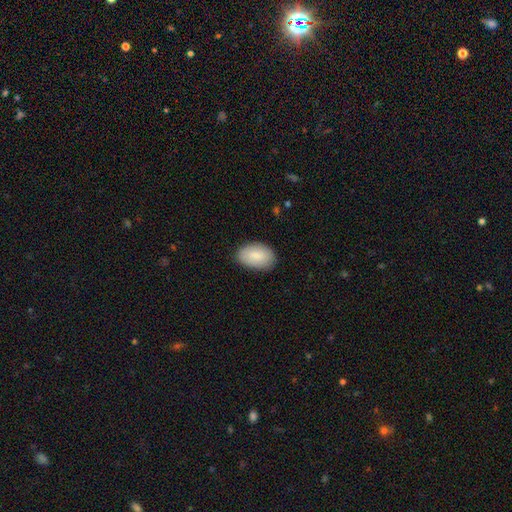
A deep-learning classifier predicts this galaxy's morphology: This appears to be a smooth galaxy with no disk features (86%) that is in between round and cigar-shaped (92%). Merging: none (86%).